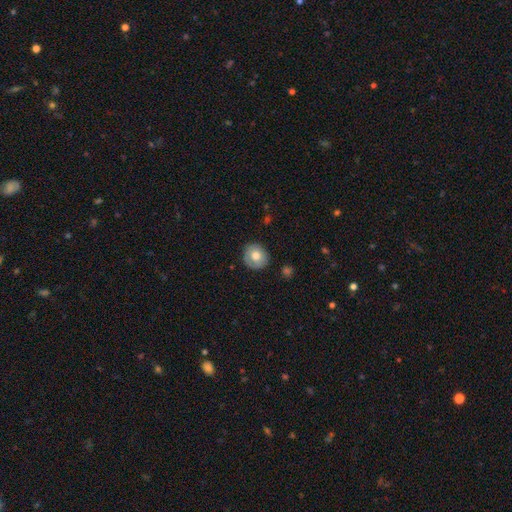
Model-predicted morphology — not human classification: Overall: smooth (71%). How rounded: round (84%). Merging: none (81%).